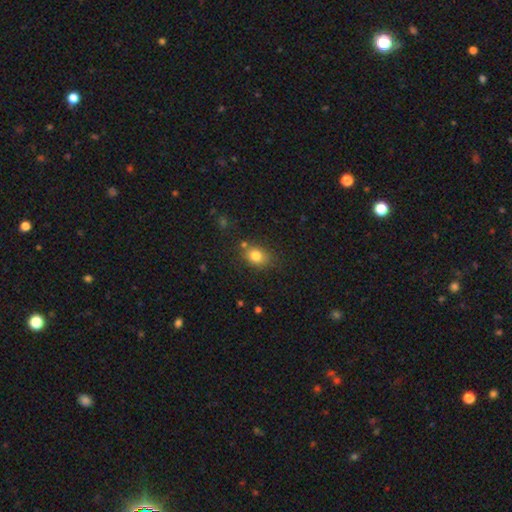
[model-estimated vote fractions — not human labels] Overall: smooth (81%). How rounded: in between (56%; round 43%). Merging: none (74%).